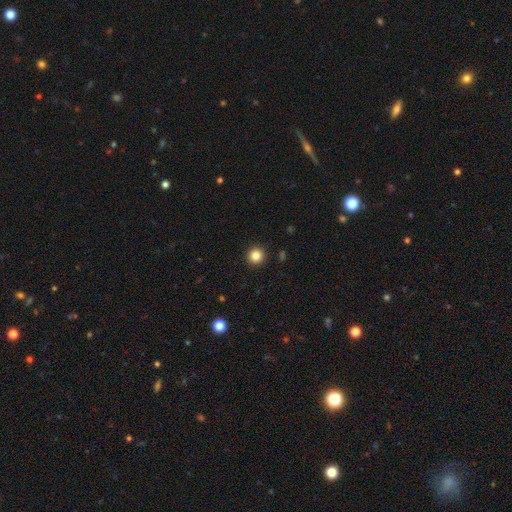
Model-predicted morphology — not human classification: A smooth galaxy with no disk features (85%) that is round (95%). Merging: none (93%).